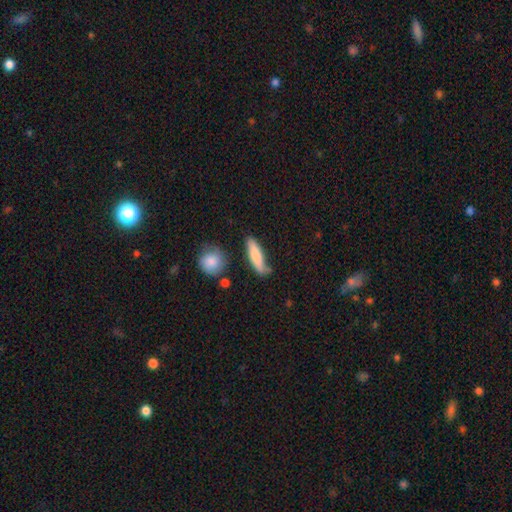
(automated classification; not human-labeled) Smooth or featured? smooth (74%)
How rounded? cigar-shaped (67%)
Merging? none (62%)